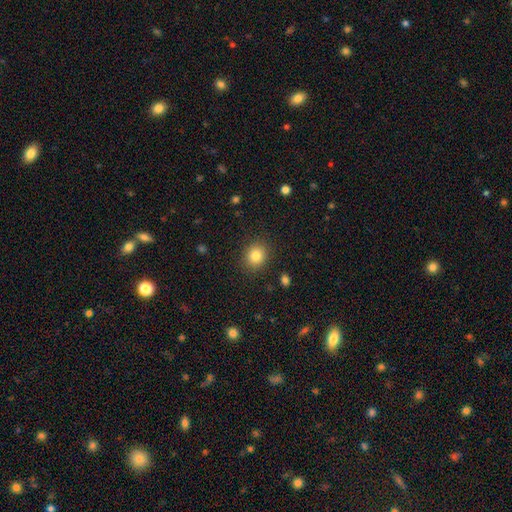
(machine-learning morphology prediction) type=smooth (83%); roundness=round (78%); merging=none (89%).